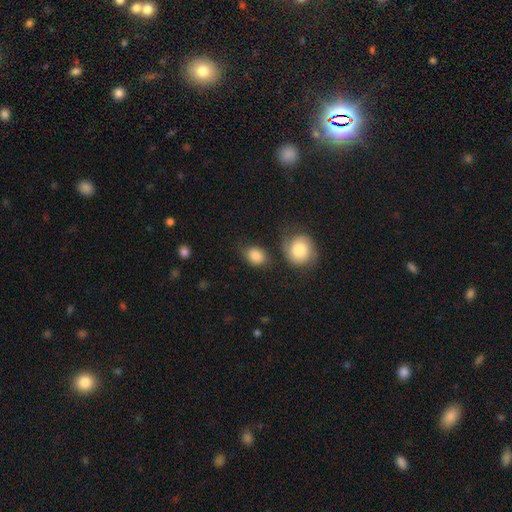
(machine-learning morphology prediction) smooth 82%, featured or disk 11%, star or artifact 7%. Down the decision tree: how rounded — in between (57%); merging — none (57%).